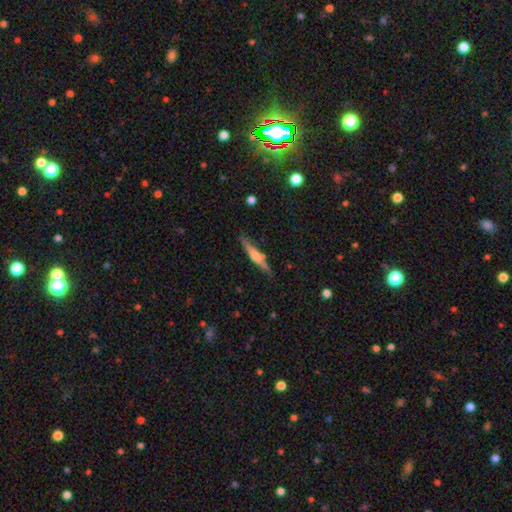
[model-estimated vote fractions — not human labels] A featured or disk galaxy (53%) viewed edge-on (95%) with a rounded central bulge (73%).

Vote fractions:
- Smooth or featured? featured or disk: 53% / smooth: 40% / star or artifact: 7%
- Edge-on disk? yes: 95% / no: 5%
- Edge-on bulge? rounded: 73% / none: 16% / boxy: 11%
- Merging? none: 82% / minor disturbance: 12% / merger: 3% / major disturbance: 3%